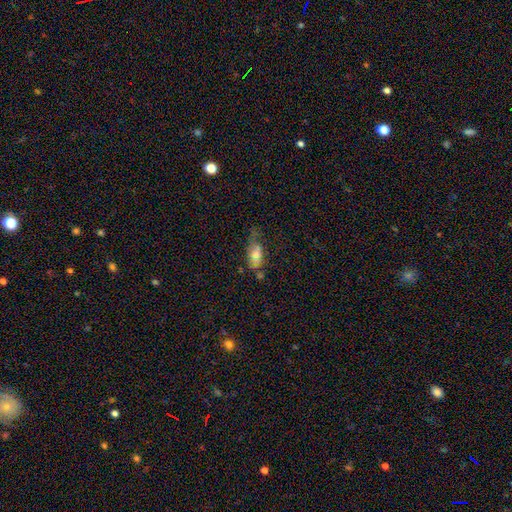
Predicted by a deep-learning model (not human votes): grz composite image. It shows a smooth galaxy with no disk features (55%) that is in between round and cigar-shaped (79%). Merging: none (38%).